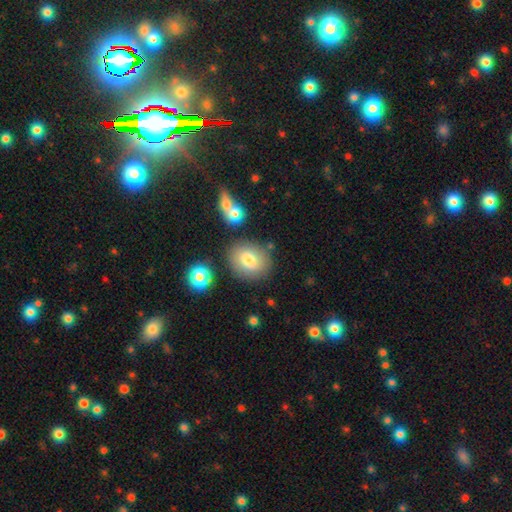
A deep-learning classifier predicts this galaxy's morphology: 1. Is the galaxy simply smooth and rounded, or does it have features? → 50% star or artifact, 37% smooth, 13% featured or disk.